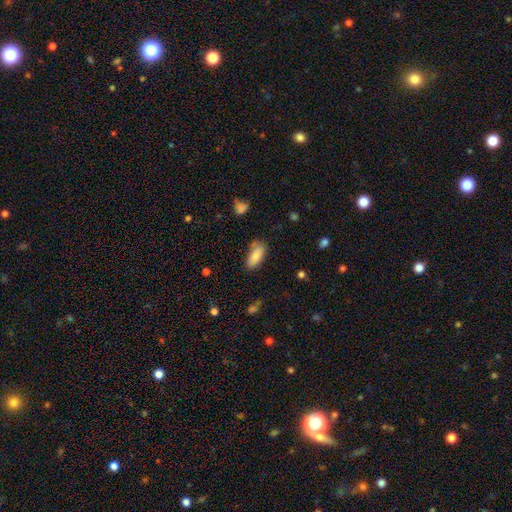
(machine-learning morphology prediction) The model was most divided on "merging": none: 68%, minor disturbance: 23%, major disturbance: 6%, merger: 3%. More confident: smooth or featured — smooth (86%); how rounded — in between (81%).